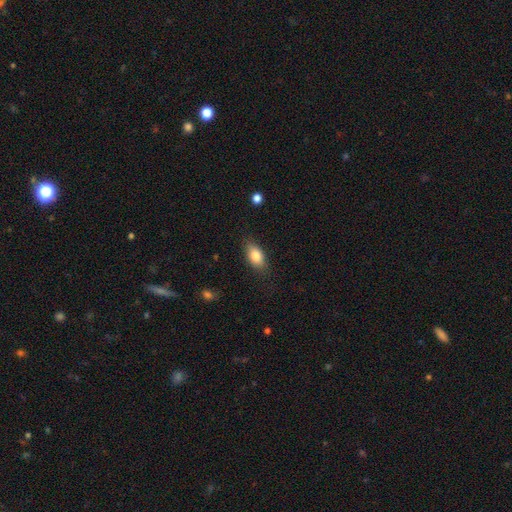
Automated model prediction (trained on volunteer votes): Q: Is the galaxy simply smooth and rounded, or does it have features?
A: smooth — 82%.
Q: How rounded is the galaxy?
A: in between — 88%.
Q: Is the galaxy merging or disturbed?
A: none — 80%.